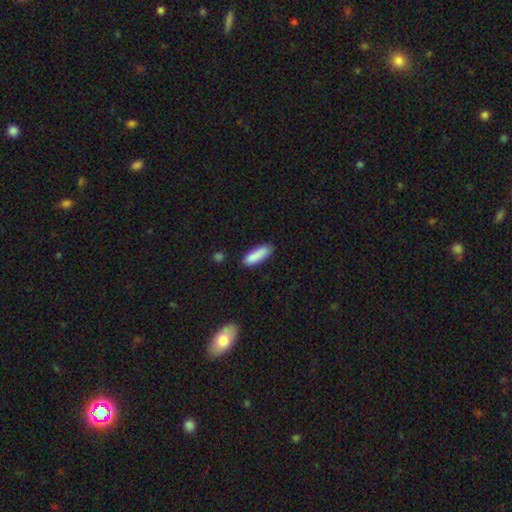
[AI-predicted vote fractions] Q: Smooth or featured?
A: smooth (88%); runner-up: star or artifact (6%)
Q: How rounded?
A: cigar-shaped (52%); runner-up: in between (46%)
Q: Merging?
A: none (79%); runner-up: minor disturbance (16%)